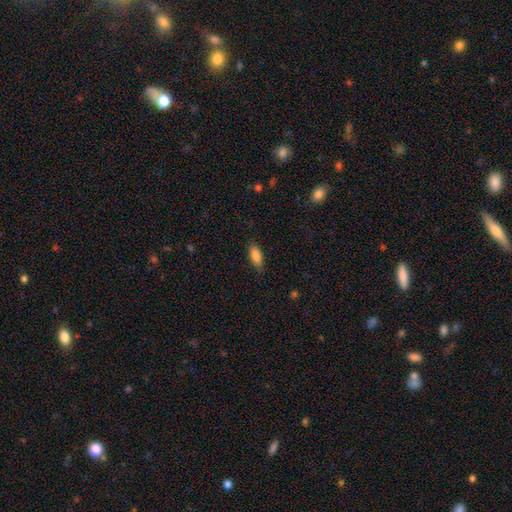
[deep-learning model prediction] smooth 85%, featured or disk 8%, star or artifact 7%. Down the decision tree: how rounded — in between (83%); merging — none (82%).